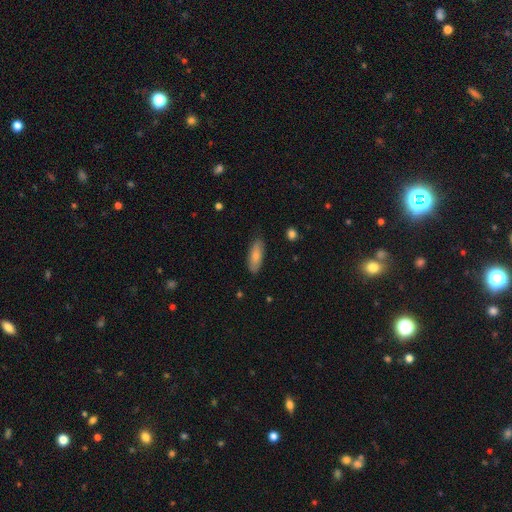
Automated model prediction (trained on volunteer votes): This is likely a smooth galaxy (80%). How rounded: likely in between (74%). Merging: clearly none (85%).